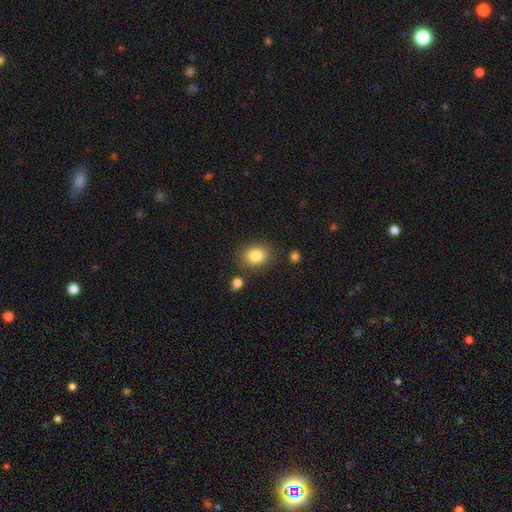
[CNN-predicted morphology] The model was most divided on "how rounded": round: 59%, in between: 40%, cigar-shaped: 1%. More confident: smooth or featured — smooth (84%); merging — none (80%).